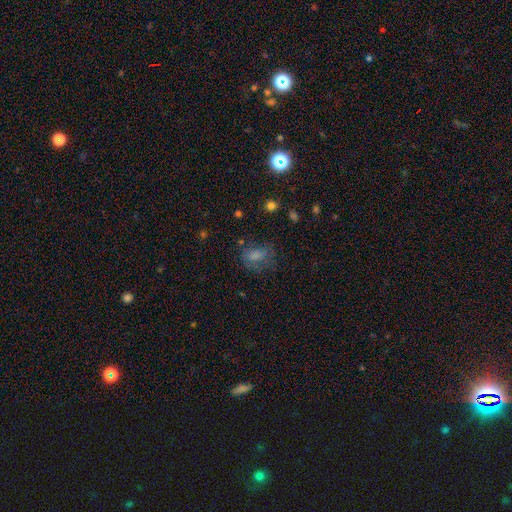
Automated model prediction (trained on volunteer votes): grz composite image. It shows a smooth galaxy with no disk features (68%) that is in between round and cigar-shaped (77%). Merging: none (48%).